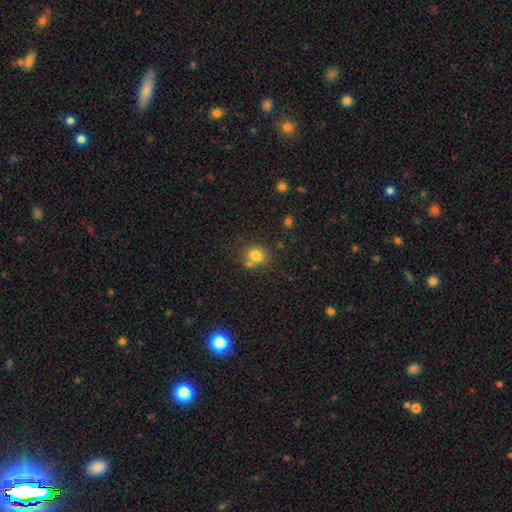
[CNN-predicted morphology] The model was most divided on "how rounded": round: 61%, in between: 38%, cigar-shaped: 1%. More confident: smooth or featured — smooth (78%); merging — none (55%).